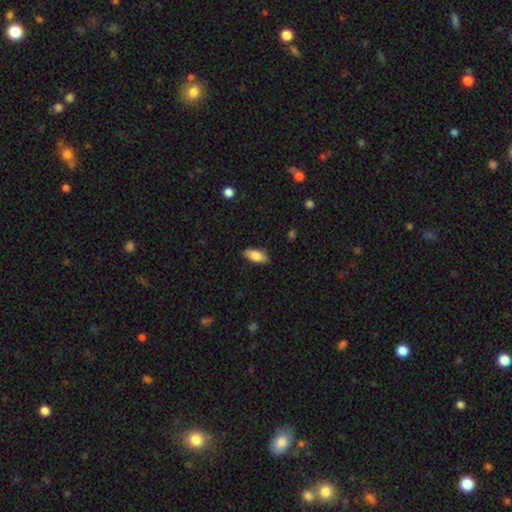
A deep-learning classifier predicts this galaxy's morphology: Smooth or featured: smooth — 83% (featured or disk — 11%)
How rounded: in between — 88% (cigar-shaped — 10%)
Merging: none — 85% (minor disturbance — 12%)